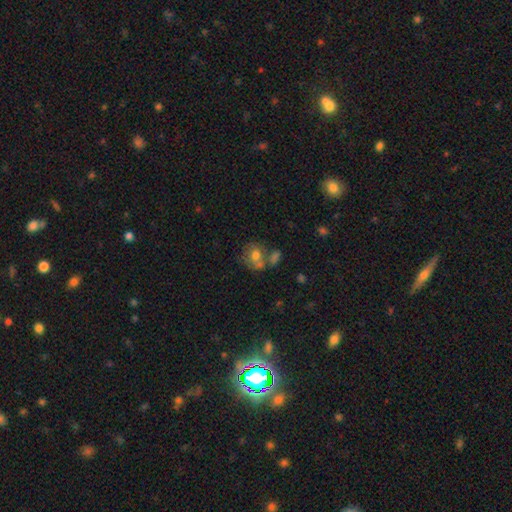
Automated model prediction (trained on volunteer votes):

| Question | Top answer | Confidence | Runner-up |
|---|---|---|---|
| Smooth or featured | smooth | 62% | featured or disk (26%) |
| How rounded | round | 62% | in between (37%) |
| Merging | none | 40% | merger (34%) |